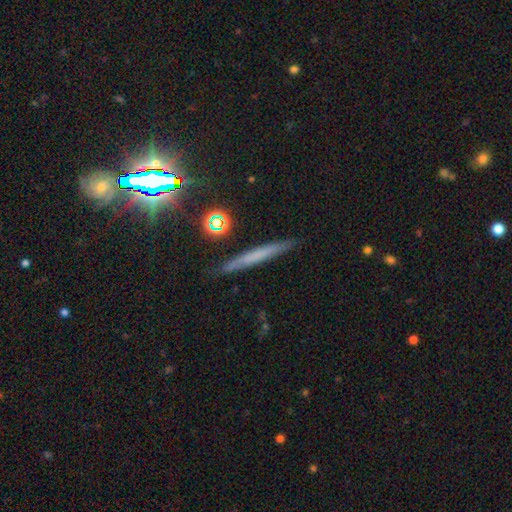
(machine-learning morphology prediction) The model was most divided on "smooth or featured": smooth: 47%, featured or disk: 38%, star or artifact: 16%. More confident: merging — none (87%).